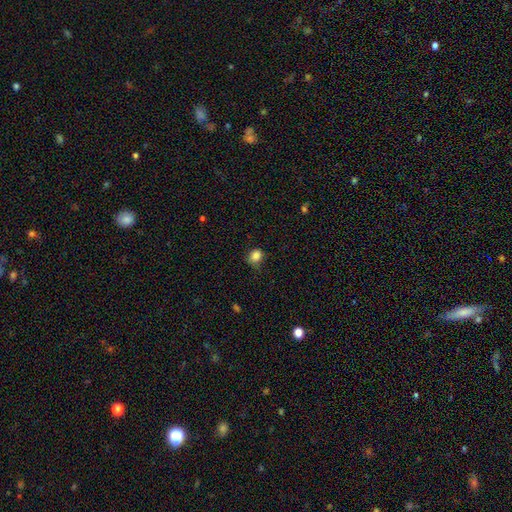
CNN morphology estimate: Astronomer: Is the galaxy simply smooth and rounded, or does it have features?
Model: smooth — 85%.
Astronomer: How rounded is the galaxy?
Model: round — 63%.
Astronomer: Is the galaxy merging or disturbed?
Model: none — 67%.